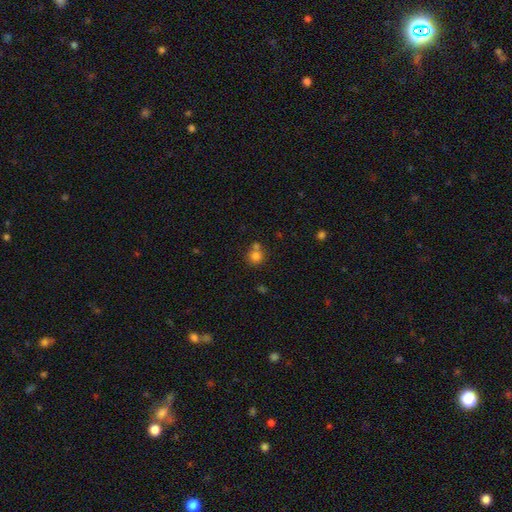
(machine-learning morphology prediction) Smooth or featured? smooth (78%)
How rounded? round (88%)
Merging? none (55%)